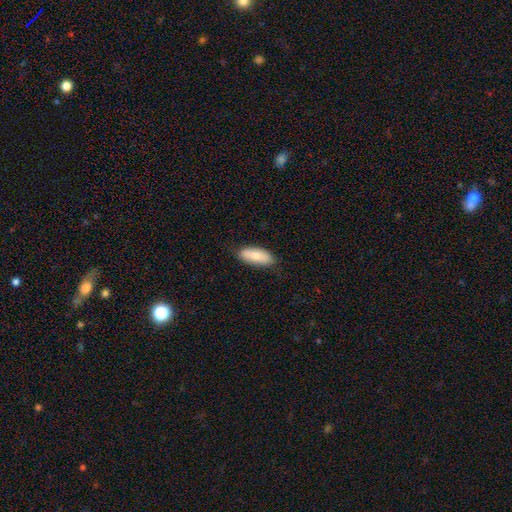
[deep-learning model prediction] Smooth or featured? Predicted: smooth (p=0.77). How rounded? Predicted: in between (p=0.85). Merging? Predicted: none (p=0.80).